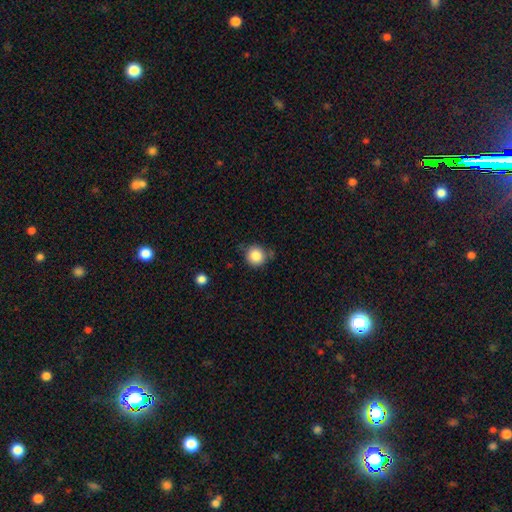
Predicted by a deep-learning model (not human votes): Morphology: type=smooth (86%); roundness=round (93%); merging=none (75%).